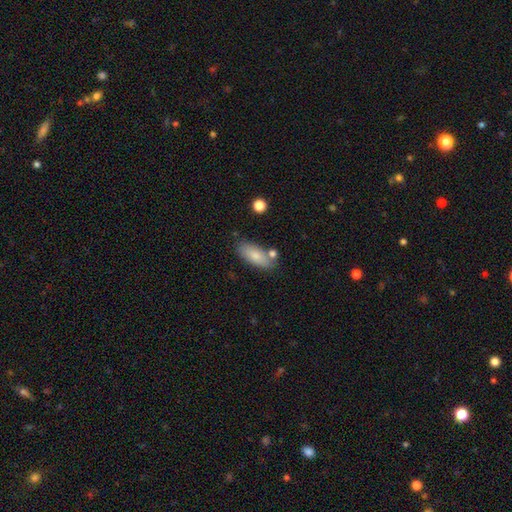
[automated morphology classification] type=smooth (81%); roundness=in between (83%); merging=none (72%).